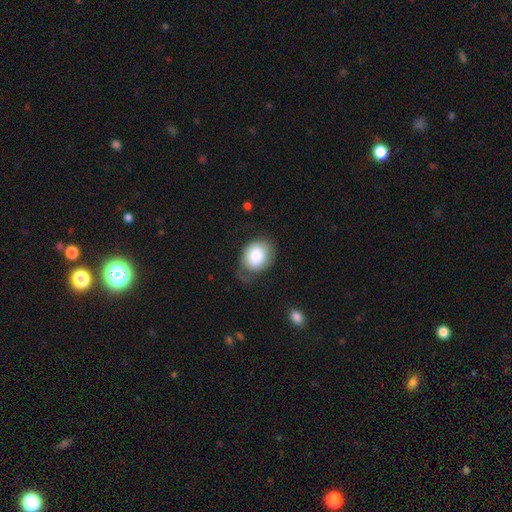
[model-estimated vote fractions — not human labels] This appears to be a smooth galaxy with no disk features (77%) that is round (51%). Merging: none (54%).